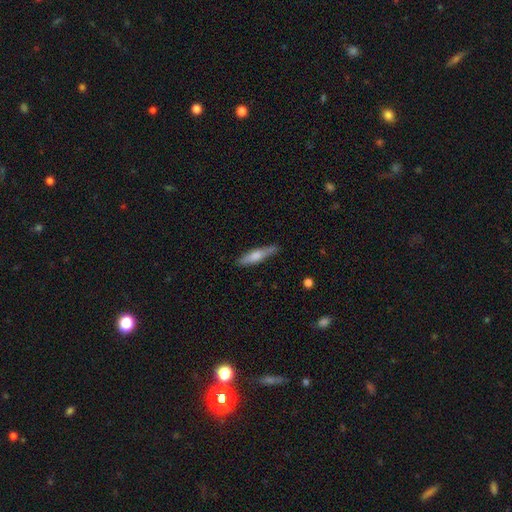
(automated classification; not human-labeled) A smooth galaxy with no disk features (56%) that is cigar-shaped (81%).

Vote fractions:
- Smooth or featured? smooth: 56% / featured or disk: 38% / star or artifact: 6%
- How rounded? cigar-shaped: 81% / in between: 17% / round: 2%
- Merging? none: 81% / minor disturbance: 14% / major disturbance: 3% / merger: 2%